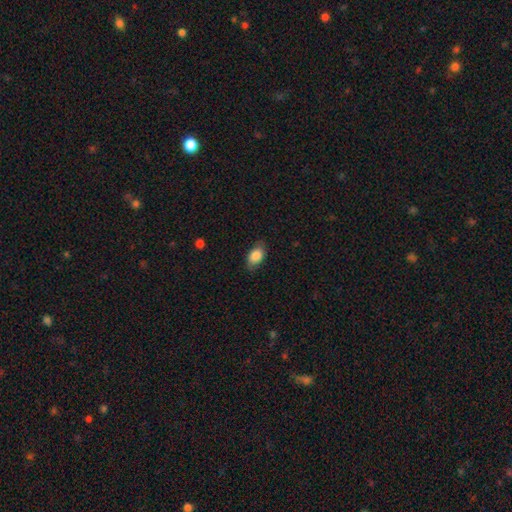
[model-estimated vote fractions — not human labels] Smooth or featured?
  - smooth: 82% *
  - featured or disk: 11%
  - star or artifact: 7%
How rounded?
  - in between: 89% *
  - round: 9%
  - cigar-shaped: 2%
Merging?
  - none: 77% *
  - minor disturbance: 18%
  - major disturbance: 4%
  - merger: 1%